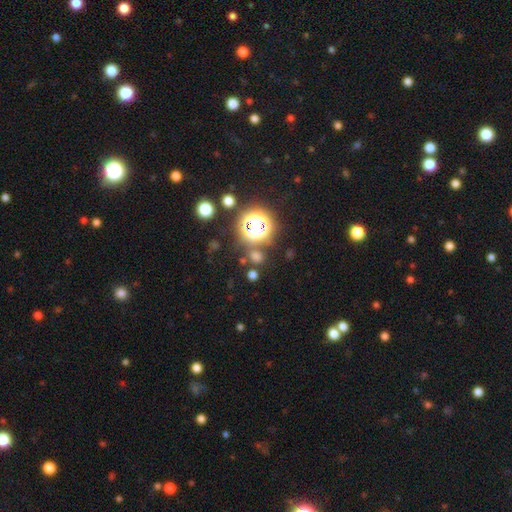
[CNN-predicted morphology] Smooth or featured?
  - smooth: 50% *
  - star or artifact: 43%
  - featured or disk: 7%
How rounded?
  - round: 82% *
  - in between: 17%
  - cigar-shaped: 2%
Merging?
  - none: 76% *
  - minor disturbance: 10%
  - merger: 9%
  - major disturbance: 5%